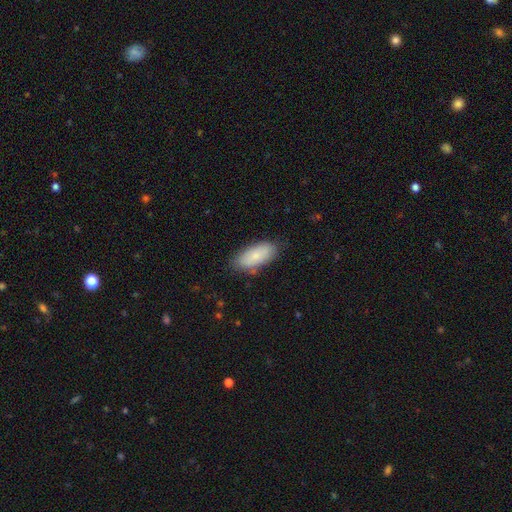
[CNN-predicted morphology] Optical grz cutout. It shows a smooth galaxy with no disk features (81%) that is in between round and cigar-shaped (88%). Merging: none (81%).